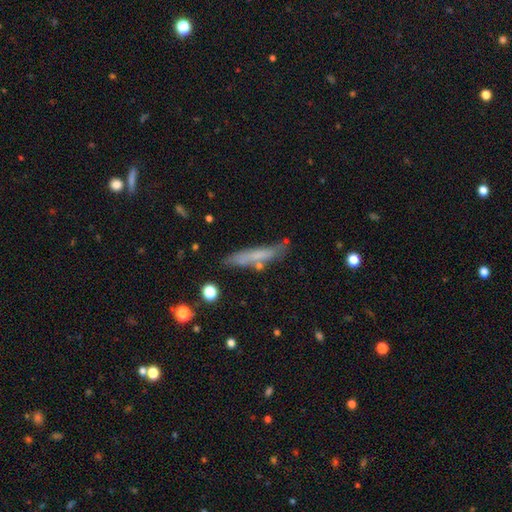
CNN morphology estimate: This appears to be a smooth galaxy with no disk features (59%) that is cigar-shaped (89%). Merging: none (69%).